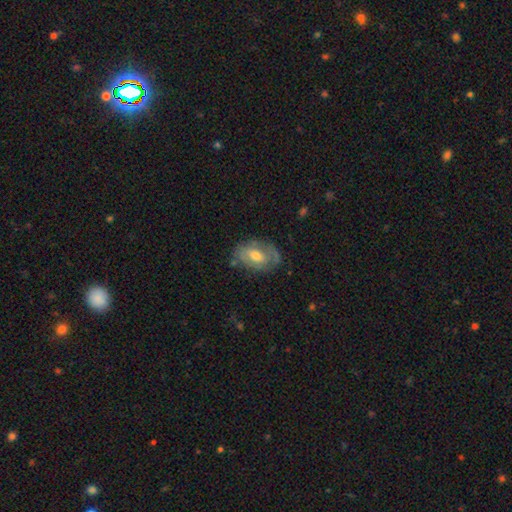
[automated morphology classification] Smooth or featured? featured or disk (50%)
Edge-on disk? no (93%)
Merging? none (66%)